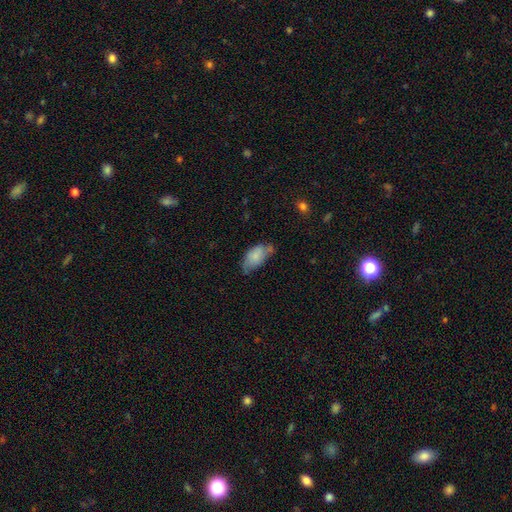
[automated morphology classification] Smooth or featured? Predicted: smooth (p=0.77). How rounded? Predicted: in between (p=0.92). Merging? Predicted: none (p=0.42).